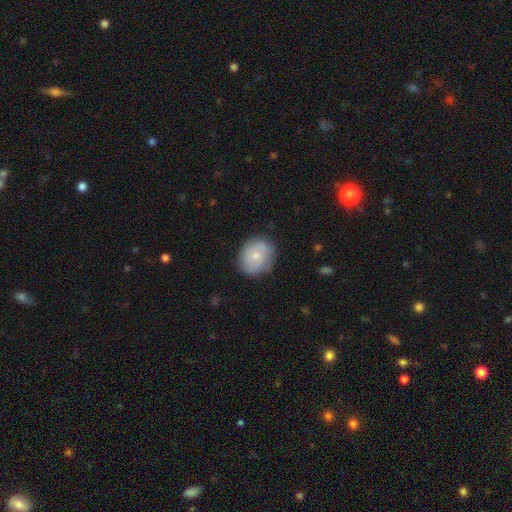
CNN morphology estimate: Smooth or featured? smooth (59%)
How rounded? round (67%)
Merging? none (75%)